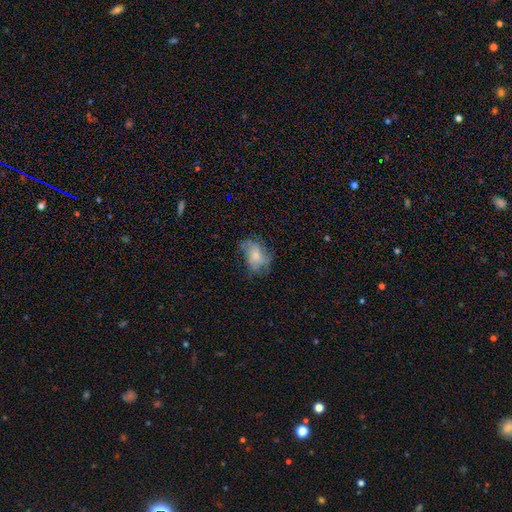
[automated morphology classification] This appears to be a smooth galaxy with no disk features (54%) that is in between round and cigar-shaped (74%). Merging: none (48%).